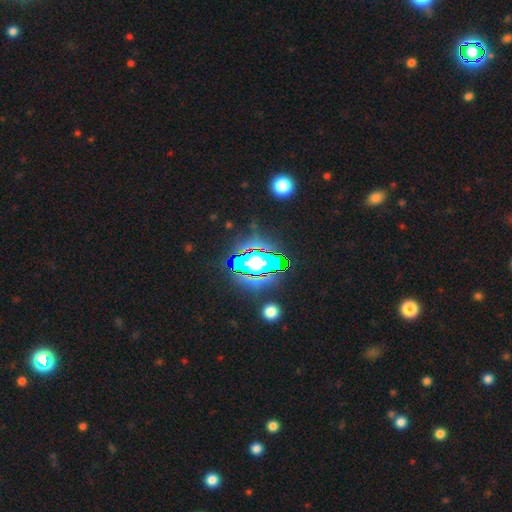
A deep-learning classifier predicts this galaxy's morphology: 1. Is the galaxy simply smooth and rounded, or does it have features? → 76% star or artifact, 13% featured or disk, 12% smooth.